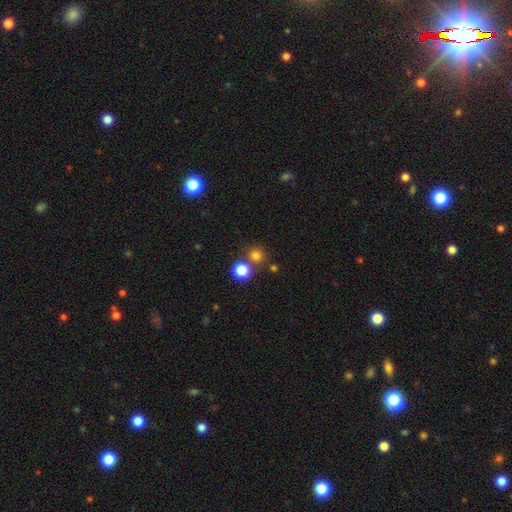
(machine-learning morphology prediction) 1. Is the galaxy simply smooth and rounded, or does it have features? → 75% smooth, 19% star or artifact, 6% featured or disk.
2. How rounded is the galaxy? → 92% round, 7% in between, 1% cigar-shaped.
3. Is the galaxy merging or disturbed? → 71% none, 19% merger, 7% minor disturbance, 3% major disturbance.